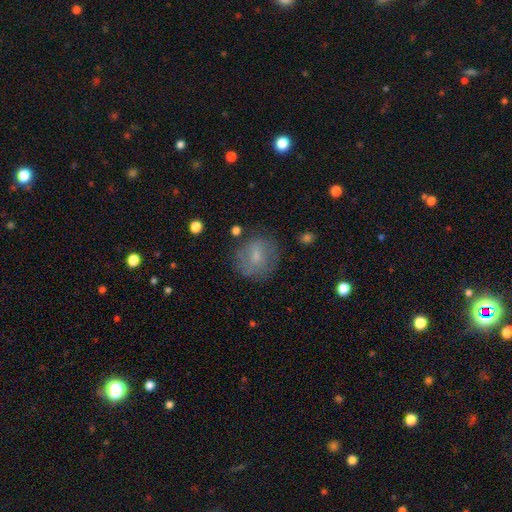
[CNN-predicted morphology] This is likely a smooth galaxy (60%). How rounded: likely round (79%). Merging: likely none (71%).